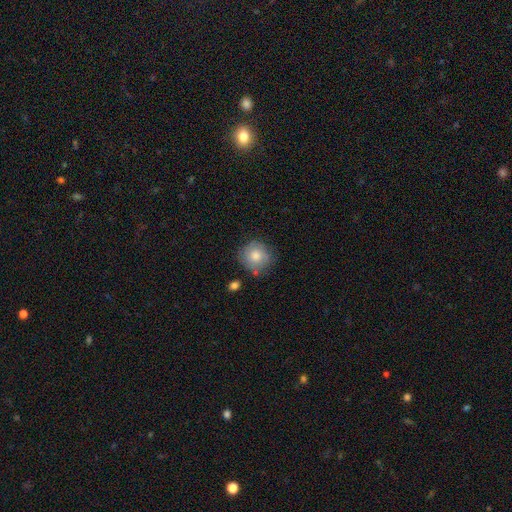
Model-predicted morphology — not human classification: Smooth or featured? smooth (74%)
How rounded? round (90%)
Merging? none (72%)